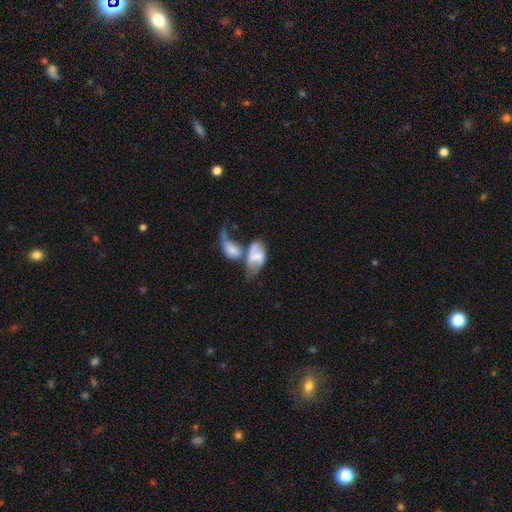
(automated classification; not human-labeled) A featured or disk galaxy (47%). Merging: merger (65%).